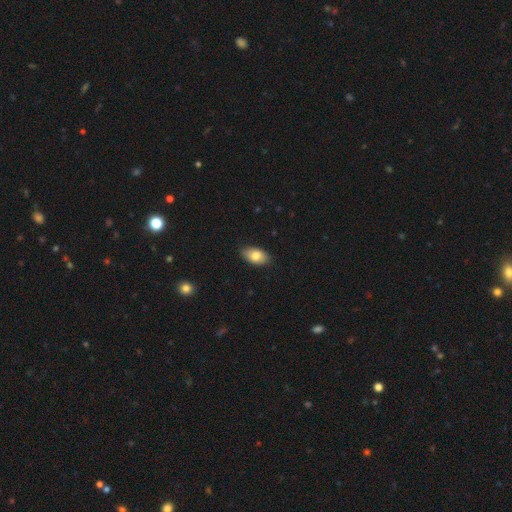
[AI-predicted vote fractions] smooth_or_featured: smooth (p=0.81) [alt: featured or disk p=0.12]
how_rounded: in between (p=0.92) [alt: round p=0.06]
merging: none (p=0.84) [alt: minor disturbance p=0.13]